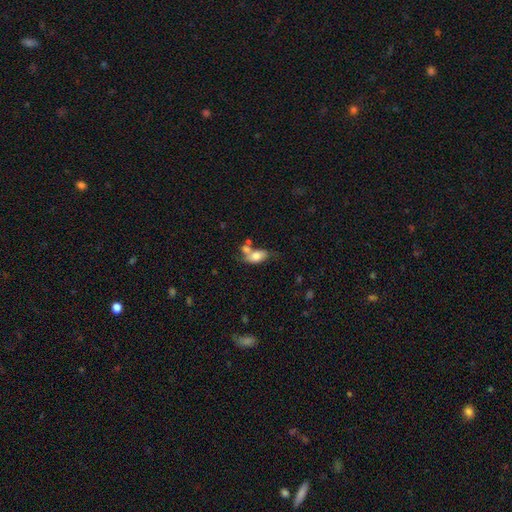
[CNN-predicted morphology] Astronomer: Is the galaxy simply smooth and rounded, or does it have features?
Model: smooth — 70%.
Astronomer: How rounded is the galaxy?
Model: in between — 87%.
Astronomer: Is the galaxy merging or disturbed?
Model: merger — 42% (runner-up: none, 30%).